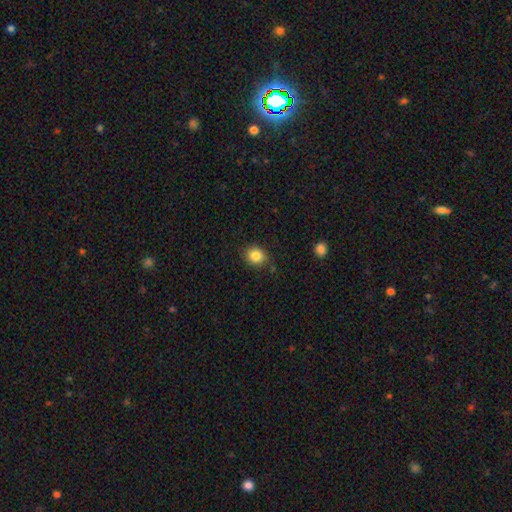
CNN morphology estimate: A smooth galaxy with no disk features (84%) that is round (64%). Merging: none (84%).